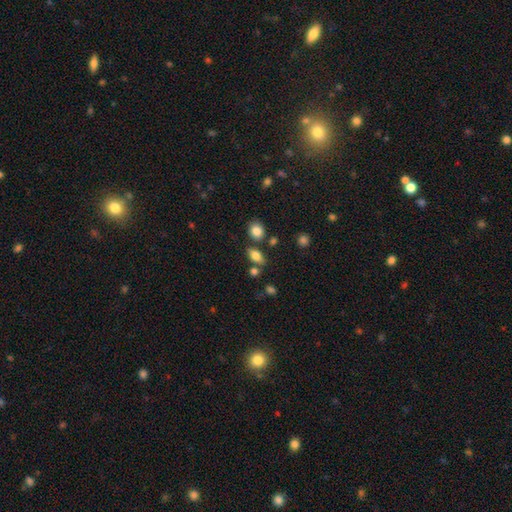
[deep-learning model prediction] Overall: smooth (78%). How rounded: in between (81%). Merging: none (70%).